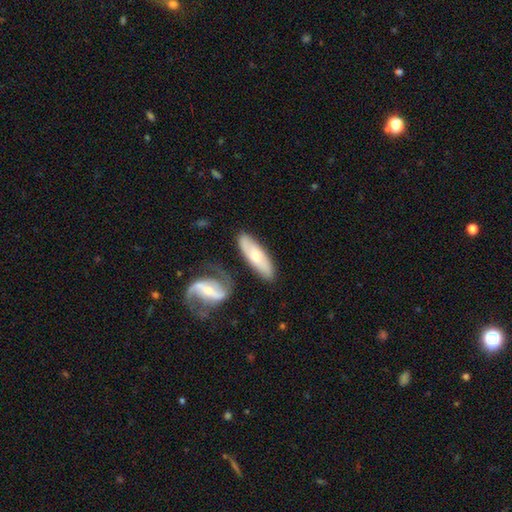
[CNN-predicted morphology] This is possibly a smooth galaxy (49%). Merging: likely none (71%).